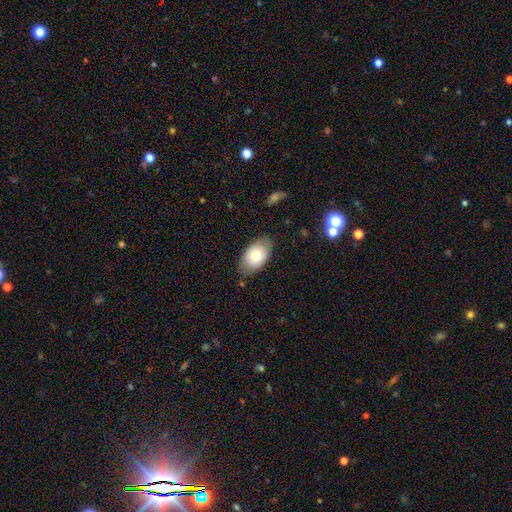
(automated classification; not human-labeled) Overall: smooth (71%). How rounded: in between (90%). Merging: none (77%).